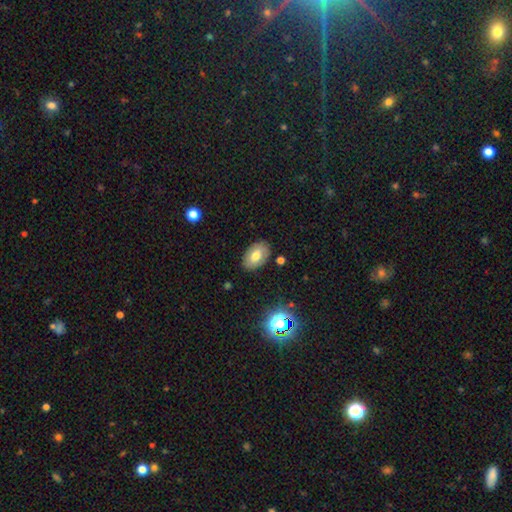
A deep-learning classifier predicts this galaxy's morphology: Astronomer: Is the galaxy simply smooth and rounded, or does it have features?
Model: smooth — 70%.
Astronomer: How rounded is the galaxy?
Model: in between — 89%.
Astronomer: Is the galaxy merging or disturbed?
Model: none — 84%.